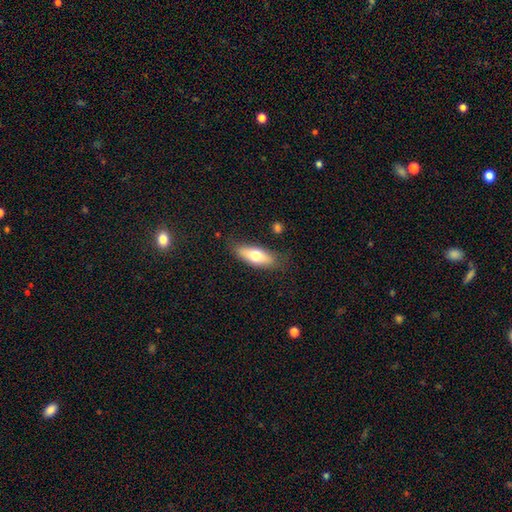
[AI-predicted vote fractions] The model was most divided on "how rounded": in between: 68%, cigar-shaped: 29%, round: 3%. More confident: merging — none (78%); smooth or featured — smooth (68%).